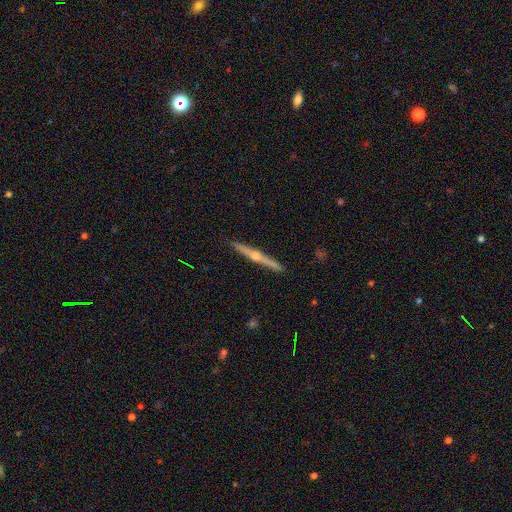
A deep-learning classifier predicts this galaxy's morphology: Smooth or featured? featured or disk (79%)
Edge-on disk? yes (98%)
Edge-on bulge? rounded (91%)
Merging? none (91%)